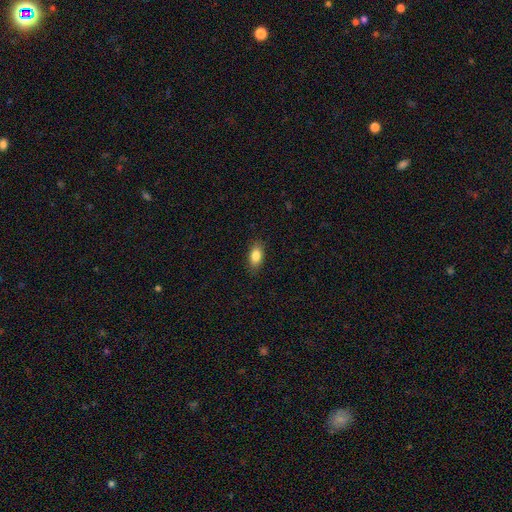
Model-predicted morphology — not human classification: smooth_or_featured: smooth (p=0.84) [alt: featured or disk p=0.08]
how_rounded: in between (p=0.87) [alt: cigar-shaped p=0.07]
merging: none (p=0.87) [alt: minor disturbance p=0.10]